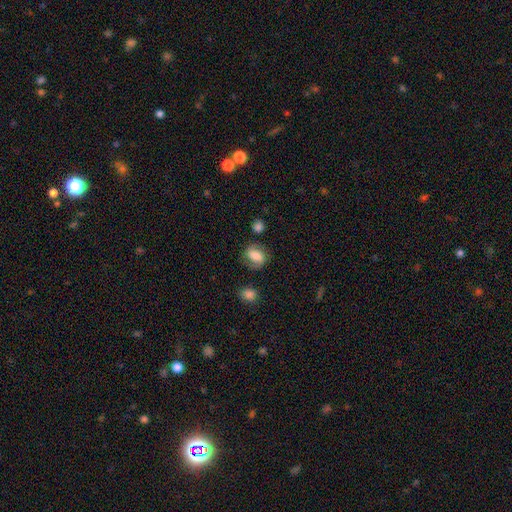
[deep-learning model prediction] Smooth or featured? smooth (60%)
How rounded? in between (60%)
Merging? none (68%)